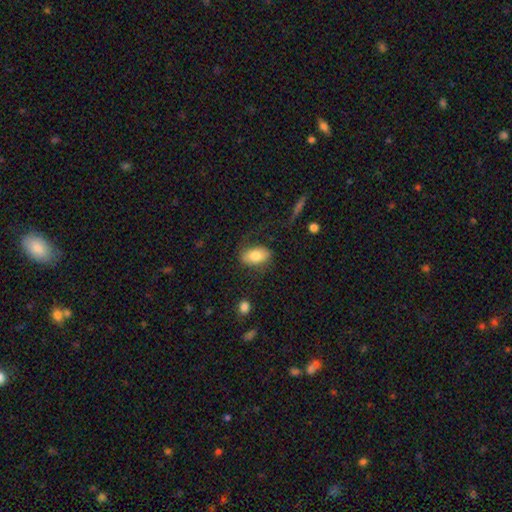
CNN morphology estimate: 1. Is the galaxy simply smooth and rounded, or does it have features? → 77% smooth, 16% featured or disk, 7% star or artifact.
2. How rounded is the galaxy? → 92% in between, 5% round, 3% cigar-shaped.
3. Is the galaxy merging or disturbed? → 67% none, 18% minor disturbance, 12% major disturbance, 3% merger.